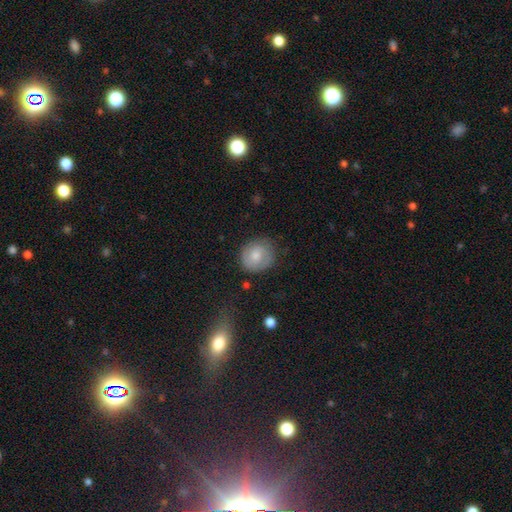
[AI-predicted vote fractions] smooth 56%, featured or disk 37%, star or artifact 7%. Down the decision tree: how rounded — round (83%); merging — none (77%).